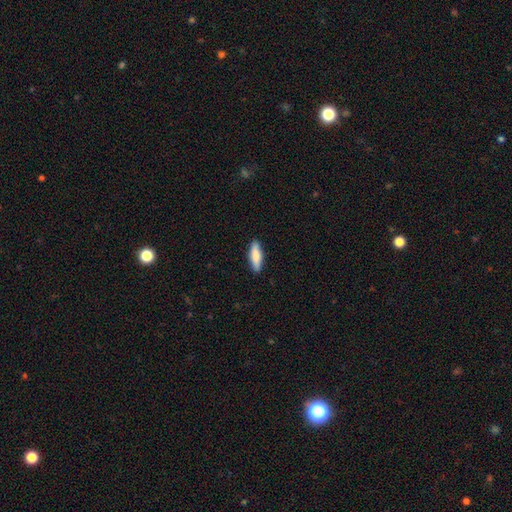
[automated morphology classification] A smooth galaxy with no disk features (81%) that is cigar-shaped (57%). Merging: none (89%).